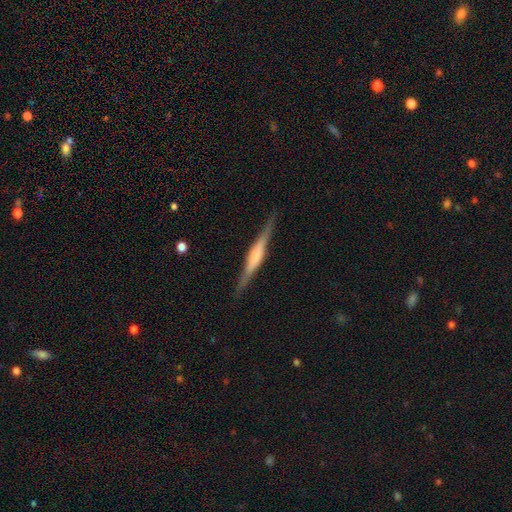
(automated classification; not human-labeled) Smooth or featured? Predicted: featured or disk (p=0.75). Edge-on disk? Predicted: yes (p=0.98). Edge-on bulge? Predicted: rounded (p=0.59). Merging? Predicted: none (p=0.89).